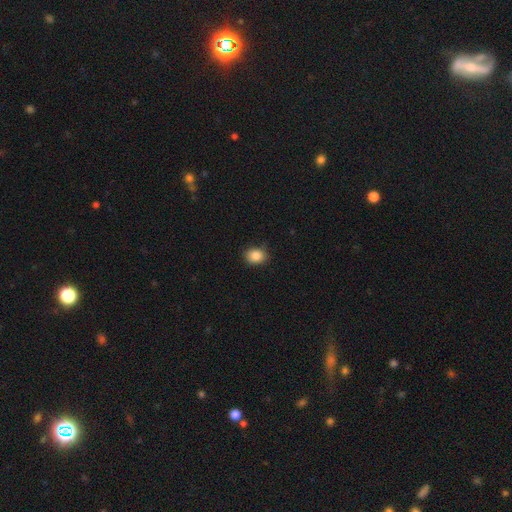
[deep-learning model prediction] smooth_or_featured: smooth (p=0.85) [alt: star or artifact p=0.10]
how_rounded: in between (p=0.50) [alt: round p=0.49]
merging: none (p=0.85) [alt: minor disturbance p=0.12]